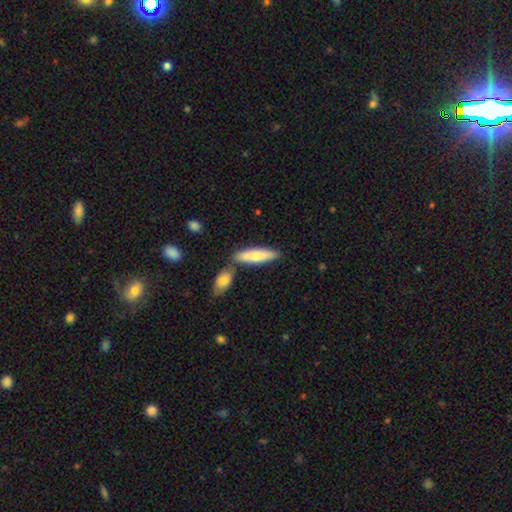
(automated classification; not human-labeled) Morphology: type=smooth (70%); roundness=cigar-shaped (67%); merging=none (68%).